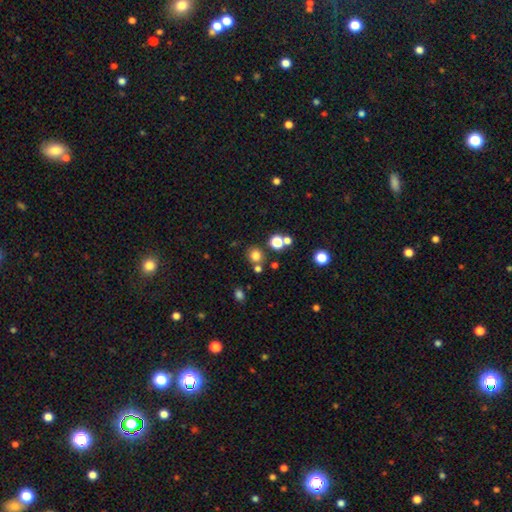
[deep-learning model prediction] Q: Smooth or featured?
A: smooth (76%); runner-up: star or artifact (18%)
Q: How rounded?
A: round (86%); runner-up: in between (13%)
Q: Merging?
A: none (74%); runner-up: merger (14%)